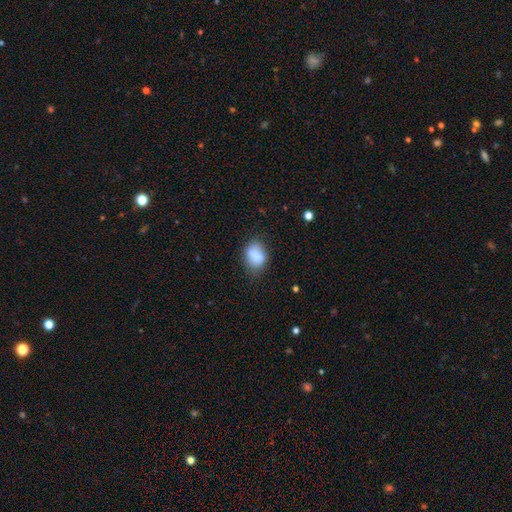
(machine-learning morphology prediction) The model was most divided on "merging": none: 63%, minor disturbance: 26%, major disturbance: 7%, merger: 3%. More confident: smooth or featured — smooth (83%); how rounded — in between (73%).